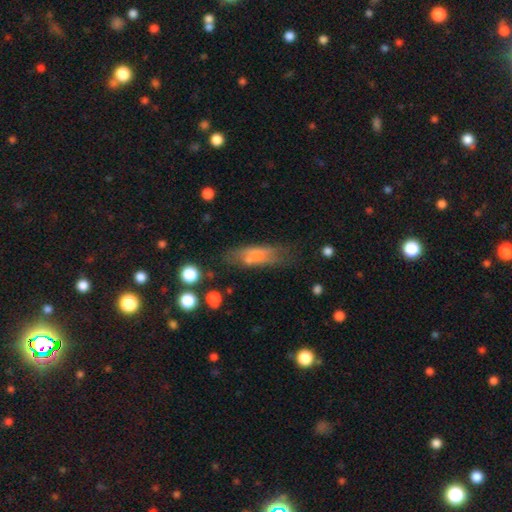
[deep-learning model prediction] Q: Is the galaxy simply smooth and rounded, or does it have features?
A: smooth — 64%.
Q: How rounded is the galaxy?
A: in between — 60%.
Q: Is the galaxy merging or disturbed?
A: none — 54%.